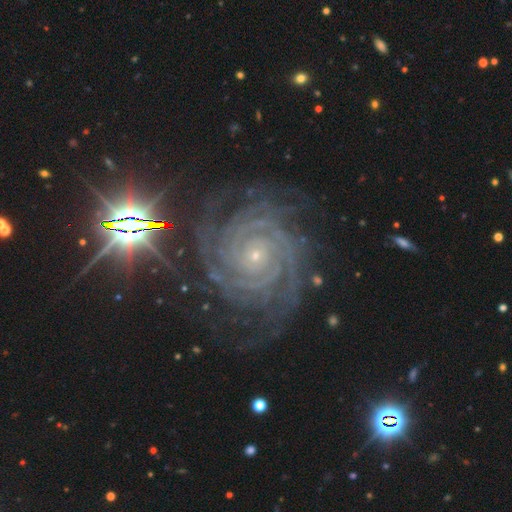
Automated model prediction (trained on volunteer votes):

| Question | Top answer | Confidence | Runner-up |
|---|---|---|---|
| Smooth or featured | featured or disk | 89% | star or artifact (8%) |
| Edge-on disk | no | 97% | yes (3%) |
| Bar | no | 78% | weak (14%) |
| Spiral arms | yes | 99% | no (1%) |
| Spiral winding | tight | 85% | medium (13%) |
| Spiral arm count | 2 | 22% | 4 (20%) |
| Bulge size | small | 85% | moderate (11%) |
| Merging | none | 75% | minor disturbance (16%) |